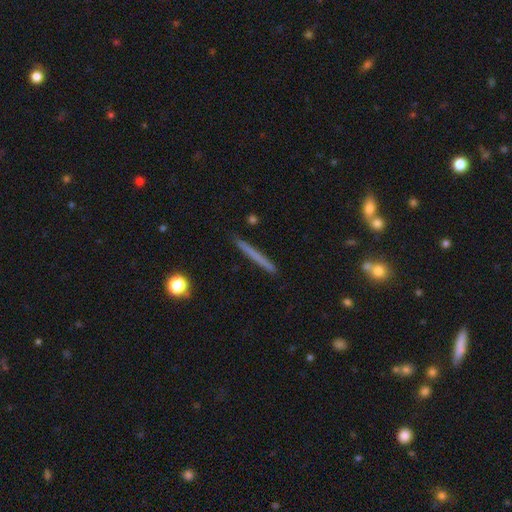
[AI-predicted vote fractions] This is possibly a smooth galaxy (60%). How rounded: clearly cigar-shaped (97%). Merging: clearly none (91%).